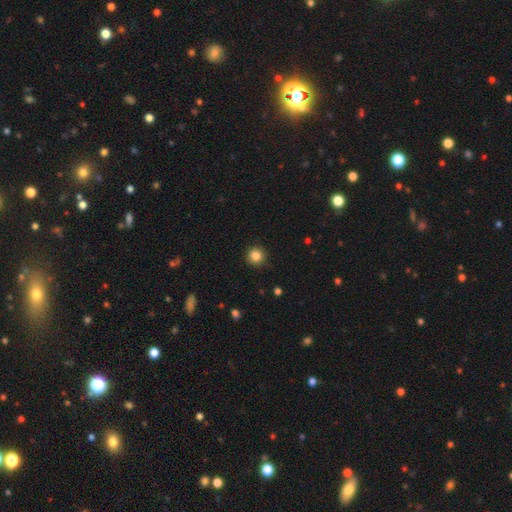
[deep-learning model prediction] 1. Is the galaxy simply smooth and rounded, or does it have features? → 85% smooth, 11% star or artifact, 4% featured or disk.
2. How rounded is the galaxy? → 94% round, 5% in between, 1% cigar-shaped.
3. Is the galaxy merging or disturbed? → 91% none, 6% minor disturbance, 2% major disturbance, 1% merger.